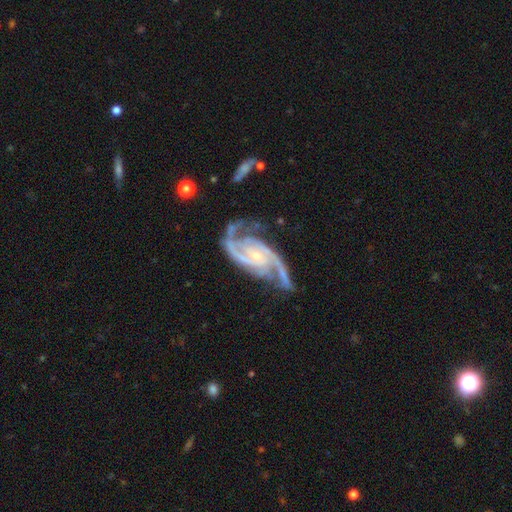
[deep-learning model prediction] Smooth or featured? Predicted: featured or disk (p=0.94). Edge-on disk? Predicted: no (p=0.97). Bar? Predicted: no (p=0.54). Spiral arms? Predicted: yes (p=0.99). Spiral winding? Predicted: medium (p=0.54). Spiral arm count? Predicted: 2 (p=0.73). Bulge size? Predicted: small (p=0.80). Merging? Predicted: none (p=0.64).